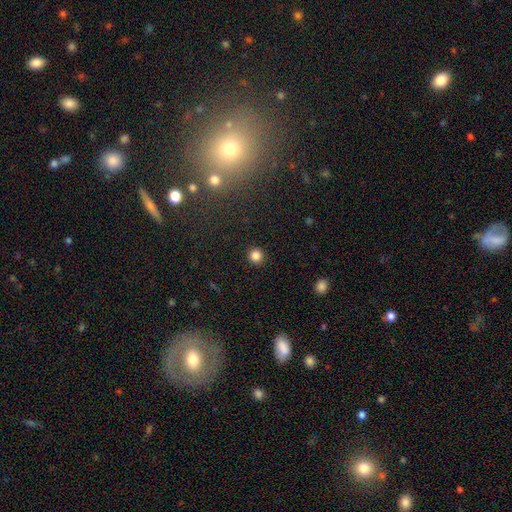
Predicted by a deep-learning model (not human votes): Smooth or featured? Predicted: smooth (p=0.84). How rounded? Predicted: round (p=0.94). Merging? Predicted: none (p=0.92).